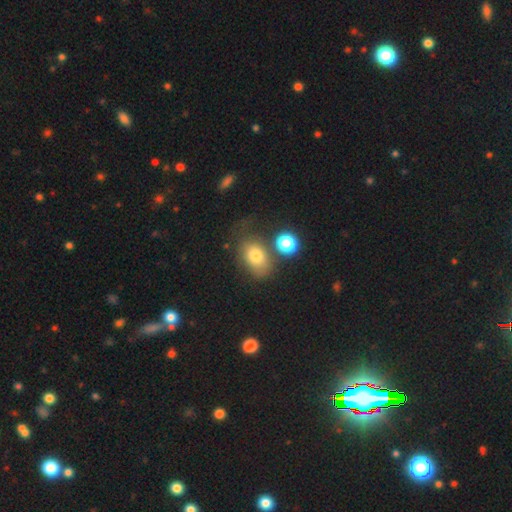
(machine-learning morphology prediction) smooth-or-featured: smooth: 76% | featured or disk: 14% | star or artifact: 10%
  how-rounded: in between: 74% | round: 25% | cigar-shaped: 1%
  merging: none: 51% | merger: 20% | minor disturbance: 18% | major disturbance: 11%